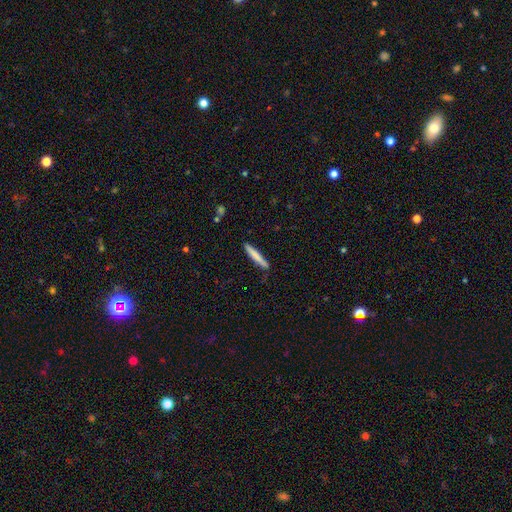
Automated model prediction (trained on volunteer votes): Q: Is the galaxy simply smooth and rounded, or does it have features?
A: smooth — 74%.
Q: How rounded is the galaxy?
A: cigar-shaped — 95%.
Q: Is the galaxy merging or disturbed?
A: none — 85%.